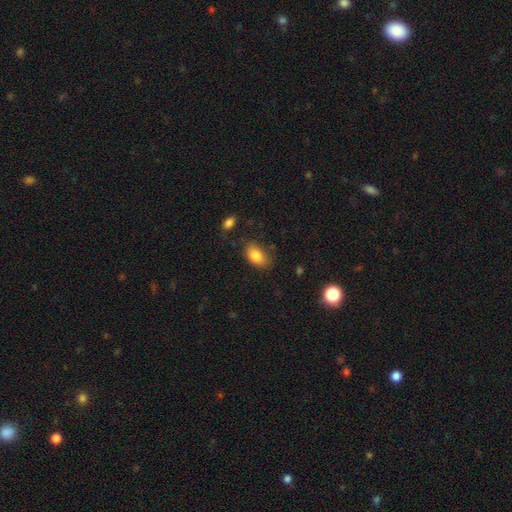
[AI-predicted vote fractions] smooth 84%, star or artifact 8%, featured or disk 8%. Down the decision tree: how rounded — in between (90%); merging — none (71%).